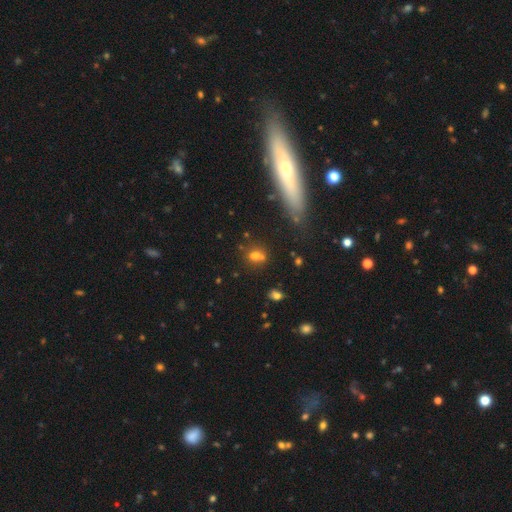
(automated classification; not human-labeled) smooth-or-featured: smooth: 64% | star or artifact: 21% | featured or disk: 15%
  how-rounded: in between: 50% | round: 43% | cigar-shaped: 7%
  merging: none: 55% | merger: 26% | minor disturbance: 13% | major disturbance: 6%